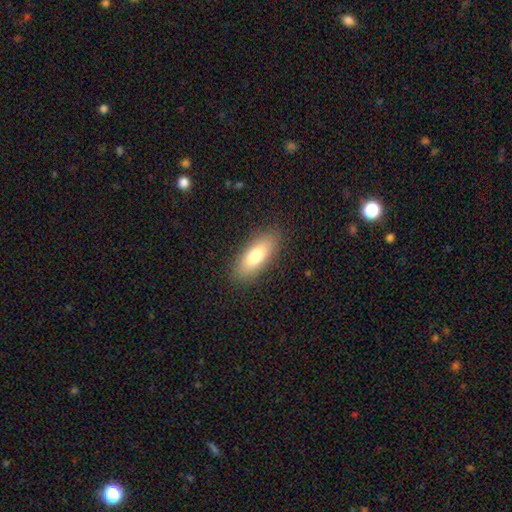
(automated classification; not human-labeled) This appears to be a smooth galaxy with no disk features (76%) that is in between round and cigar-shaped (74%). Merging: none (87%).